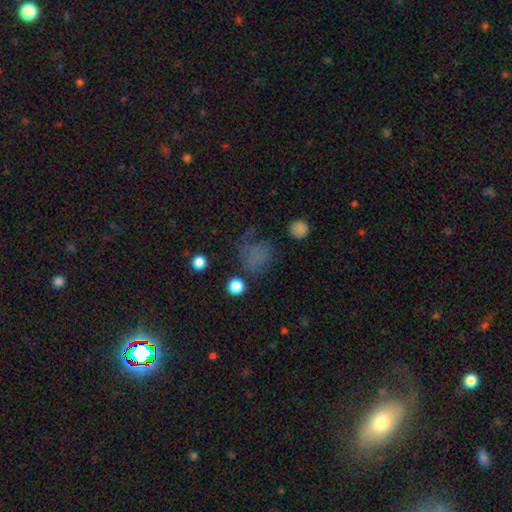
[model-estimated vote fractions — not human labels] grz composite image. It shows a smooth galaxy with no disk features (62%) that is round (69%). Merging: none (50%).